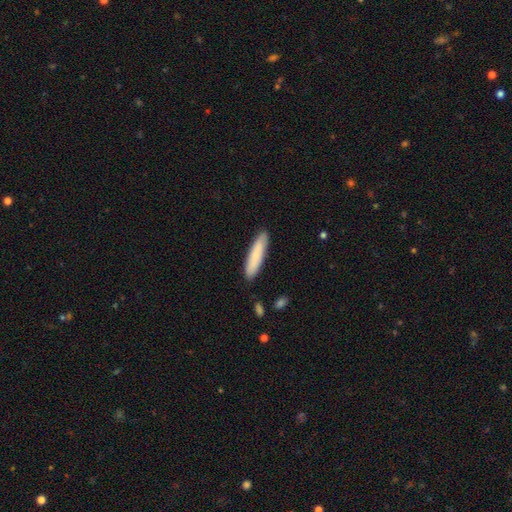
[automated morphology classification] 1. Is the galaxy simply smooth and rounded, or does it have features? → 80% smooth, 14% featured or disk, 6% star or artifact.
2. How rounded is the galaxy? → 78% cigar-shaped, 20% in between, 1% round.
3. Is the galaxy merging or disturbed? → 88% none, 9% minor disturbance, 2% major disturbance, 2% merger.